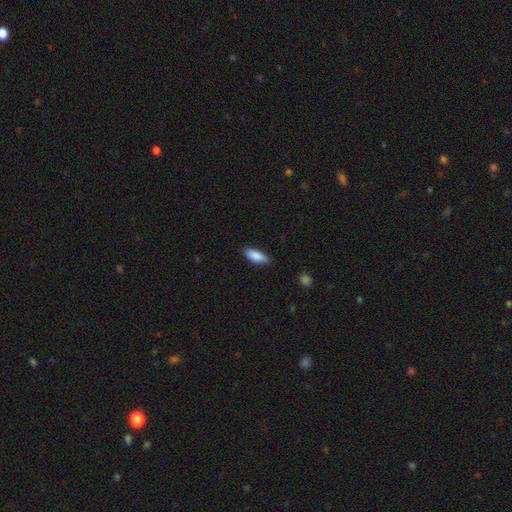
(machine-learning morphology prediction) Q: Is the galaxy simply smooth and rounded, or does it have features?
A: smooth — 88%.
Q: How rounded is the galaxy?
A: in between — 78%.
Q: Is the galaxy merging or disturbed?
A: none — 84%.